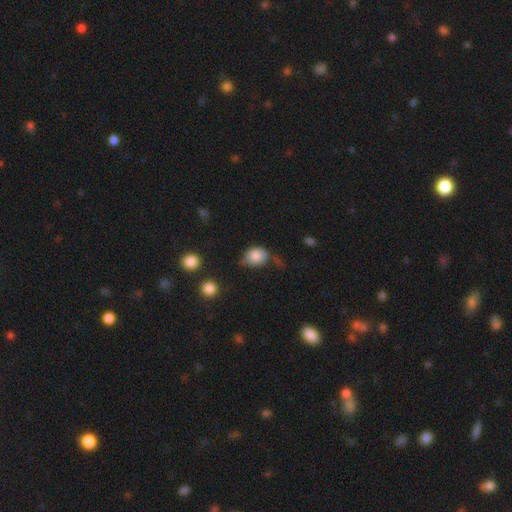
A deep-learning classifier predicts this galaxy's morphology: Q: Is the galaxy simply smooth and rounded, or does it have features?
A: smooth — 79%.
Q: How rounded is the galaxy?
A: in between — 55%.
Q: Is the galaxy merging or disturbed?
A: none — 48%.